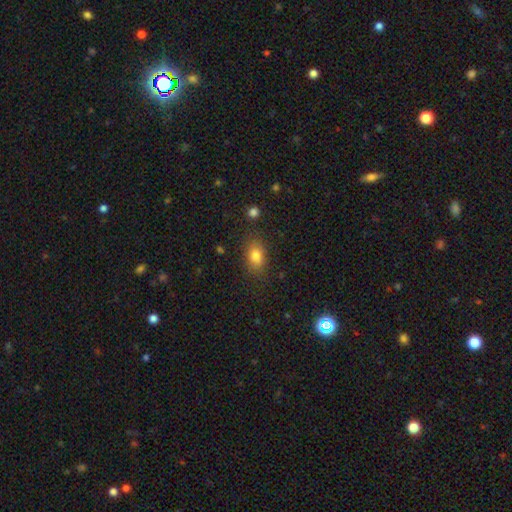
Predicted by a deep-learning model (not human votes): A smooth galaxy with no disk features (81%) that is in between round and cigar-shaped (80%). Merging: none (80%).